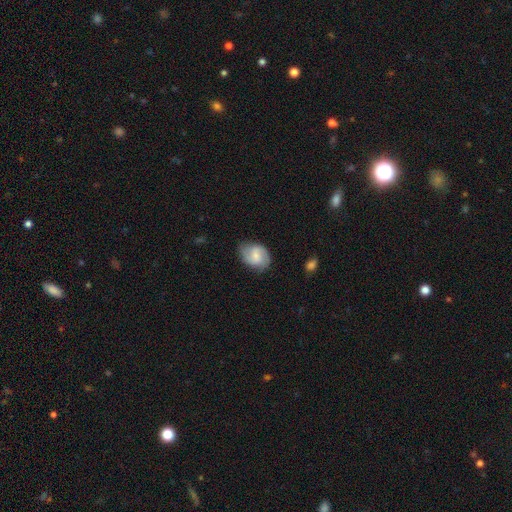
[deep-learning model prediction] smooth_or_featured: featured or disk (p=0.53) [alt: smooth p=0.40]
disk_edge_on: no (p=0.97) [alt: yes p=0.03]
bar: weak (p=0.52) [alt: no p=0.33]
has_spiral_arms: yes (p=0.89) [alt: no p=0.11]
bulge_size: small (p=0.46) [alt: moderate p=0.36]
merging: none (p=0.72) [alt: minor disturbance p=0.21]